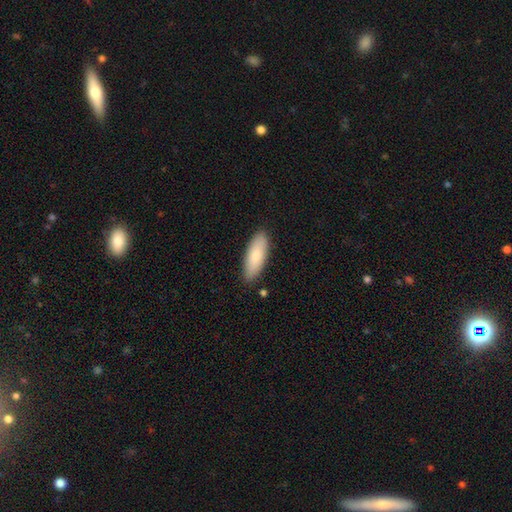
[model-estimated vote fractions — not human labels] A smooth galaxy with no disk features (82%) that is in between round and cigar-shaped (69%).

Vote fractions:
- Smooth or featured? smooth: 82% / featured or disk: 13% / star or artifact: 5%
- How rounded? in between: 69% / cigar-shaped: 29% / round: 2%
- Merging? none: 87% / minor disturbance: 10% / major disturbance: 2% / merger: 1%